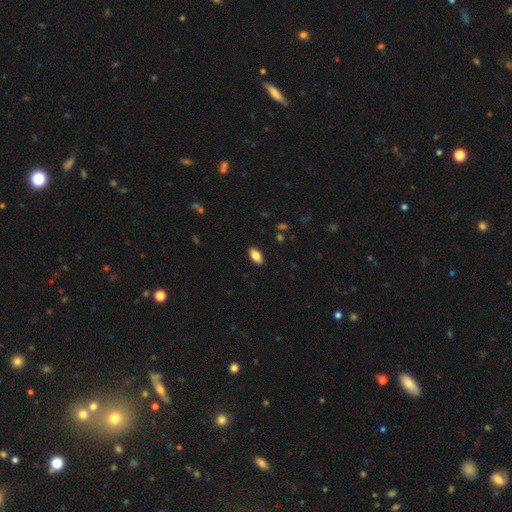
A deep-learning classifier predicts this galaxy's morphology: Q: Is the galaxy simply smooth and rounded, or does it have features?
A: smooth — 85%.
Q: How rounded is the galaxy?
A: in between — 91%.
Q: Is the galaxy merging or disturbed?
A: none — 89%.